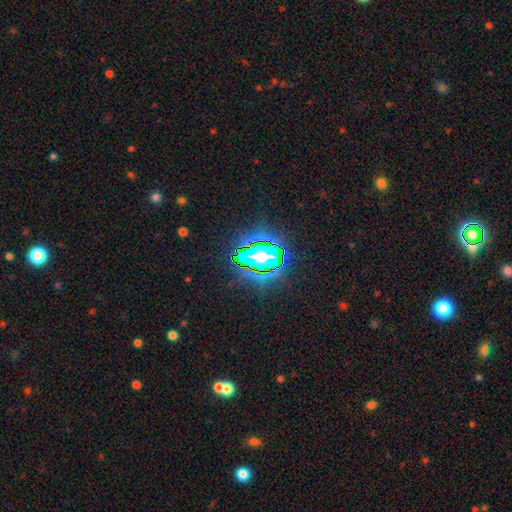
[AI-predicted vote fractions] Overall: star or artifact (77%).